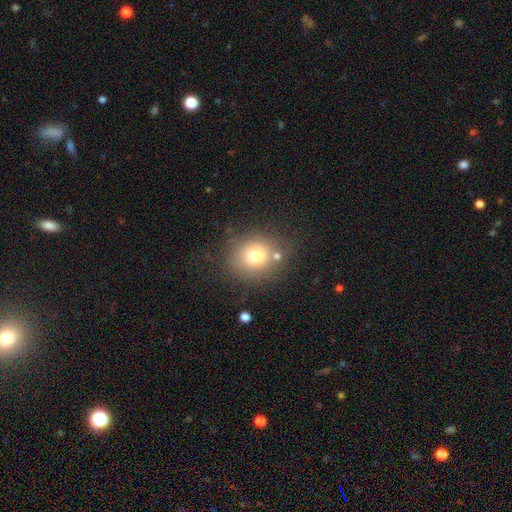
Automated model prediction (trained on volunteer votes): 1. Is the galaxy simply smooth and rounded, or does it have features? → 72% smooth, 15% star or artifact, 14% featured or disk.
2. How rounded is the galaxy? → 80% round, 19% in between, 1% cigar-shaped.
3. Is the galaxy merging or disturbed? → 72% none, 13% minor disturbance, 10% merger, 6% major disturbance.